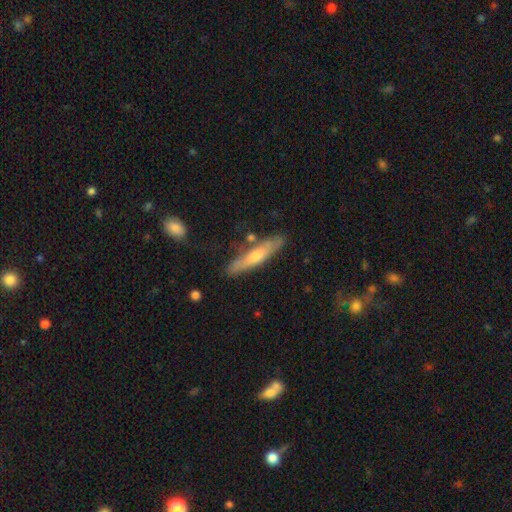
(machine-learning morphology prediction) This is possibly a smooth galaxy (51%). How rounded: clearly cigar-shaped (86%). Merging: likely none (78%).